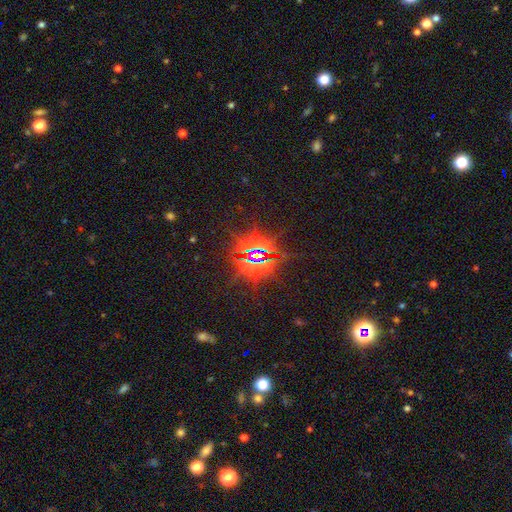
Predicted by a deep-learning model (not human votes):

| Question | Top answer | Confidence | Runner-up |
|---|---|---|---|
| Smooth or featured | star or artifact | 85% | smooth (7%) |